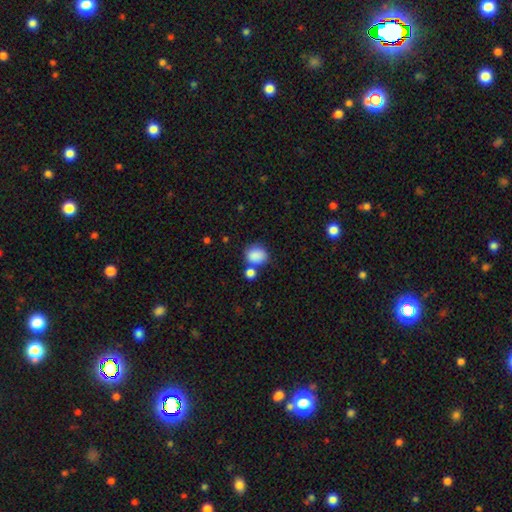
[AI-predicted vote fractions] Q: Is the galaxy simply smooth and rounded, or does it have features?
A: smooth — 87%.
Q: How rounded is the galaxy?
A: round — 65%.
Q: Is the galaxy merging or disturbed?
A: none — 61%.